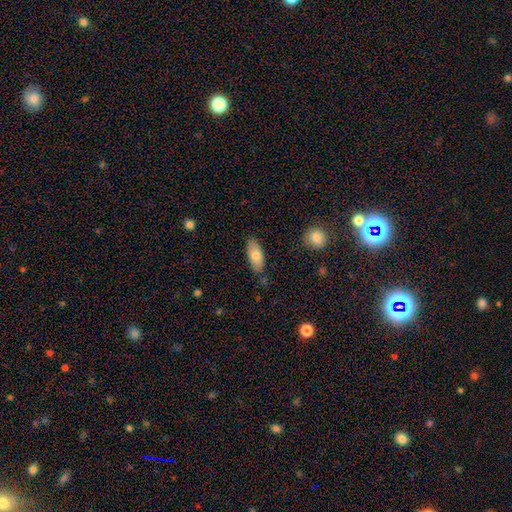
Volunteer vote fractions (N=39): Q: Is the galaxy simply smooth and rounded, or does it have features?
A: smooth — 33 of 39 (85%).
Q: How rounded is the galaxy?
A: in between — 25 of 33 (76%).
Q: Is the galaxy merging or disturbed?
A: none — 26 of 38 (68%).